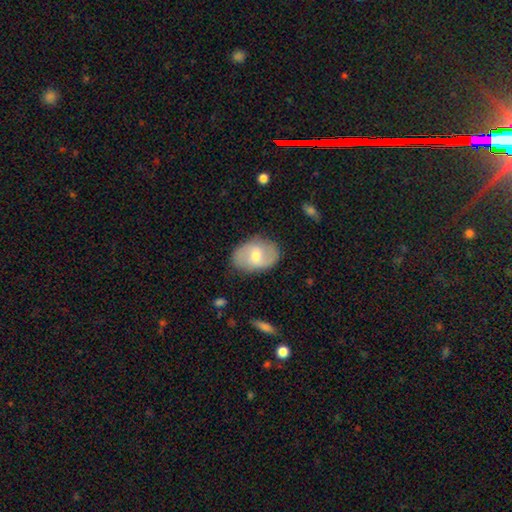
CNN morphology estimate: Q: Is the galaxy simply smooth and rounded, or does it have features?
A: featured or disk — 59%.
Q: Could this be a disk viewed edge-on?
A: no — 96%.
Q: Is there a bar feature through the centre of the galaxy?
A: weak — 51%.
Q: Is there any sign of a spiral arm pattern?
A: yes — 79%.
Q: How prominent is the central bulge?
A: moderate — 58%.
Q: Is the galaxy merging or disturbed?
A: none — 81%.